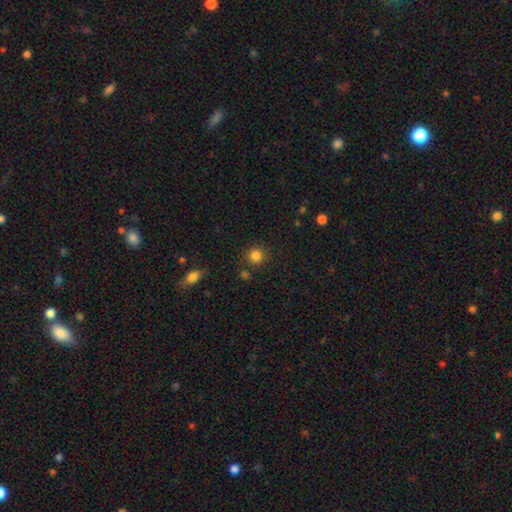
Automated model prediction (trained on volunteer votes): Morphology: type=smooth (84%); roundness=round (92%); merging=none (85%).